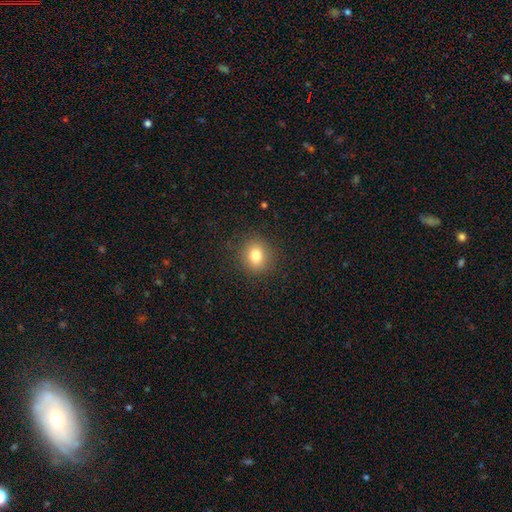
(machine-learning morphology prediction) type=smooth (80%); roundness=round (77%); merging=none (89%).